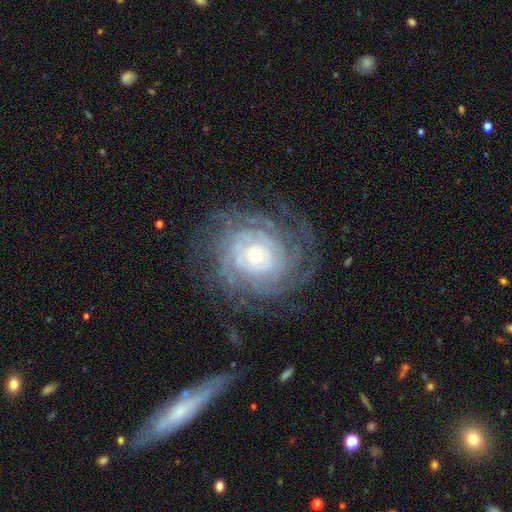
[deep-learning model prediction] Overall: featured or disk (87%). Edge-on disk: no (97%). Bar: no (77%). Spiral arms: yes (96%). Spiral arm count: can't tell (36%; more than 4 20%). Spiral winding: tight (82%). Bulge size: small (60%; moderate 34%). Merging: none (76%).